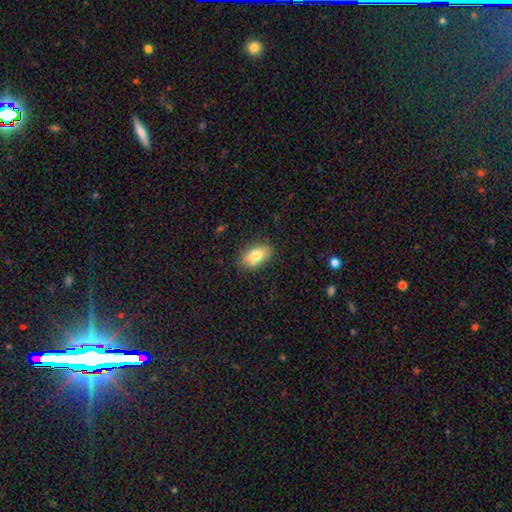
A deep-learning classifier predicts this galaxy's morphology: A smooth galaxy with no disk features (77%) that is in between round and cigar-shaped (89%).

Vote fractions:
- Smooth or featured? smooth: 77% / featured or disk: 16% / star or artifact: 8%
- How rounded? in between: 89% / round: 8% / cigar-shaped: 3%
- Merging? none: 83% / minor disturbance: 13% / major disturbance: 3% / merger: 2%